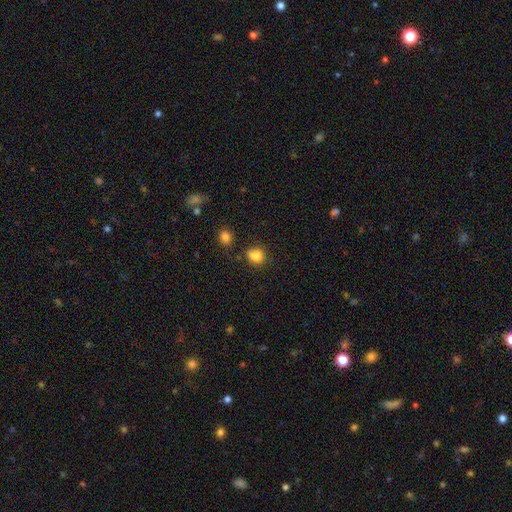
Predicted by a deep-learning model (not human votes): smooth 85%, star or artifact 11%, featured or disk 4%. Down the decision tree: how rounded — round (57%); merging — none (70%).